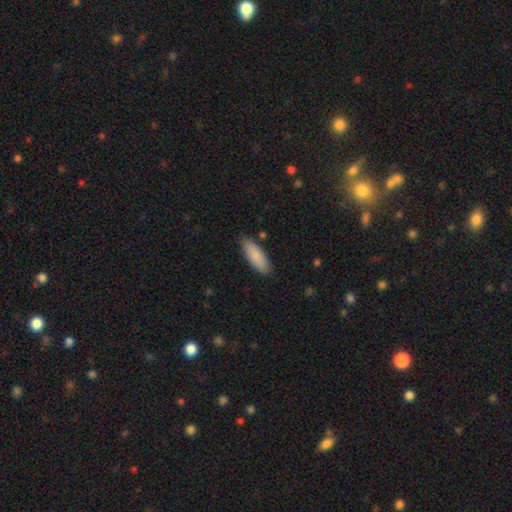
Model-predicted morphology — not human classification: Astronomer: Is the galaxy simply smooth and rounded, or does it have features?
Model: smooth — 85%.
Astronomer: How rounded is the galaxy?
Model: in between — 66%.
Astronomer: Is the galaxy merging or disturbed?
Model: none — 85%.